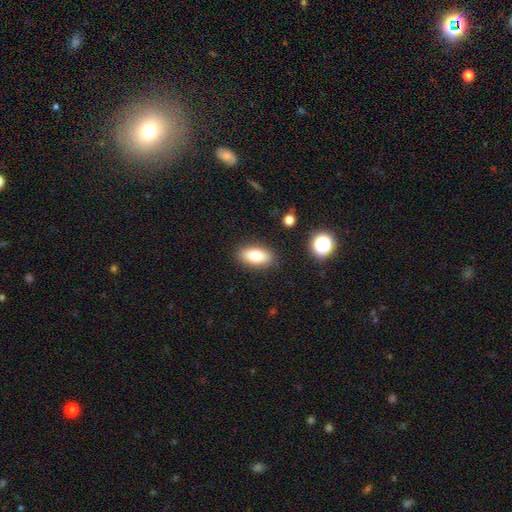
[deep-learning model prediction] This appears to be a smooth galaxy with no disk features (81%) that is in between round and cigar-shaped (86%). Merging: none (87%).